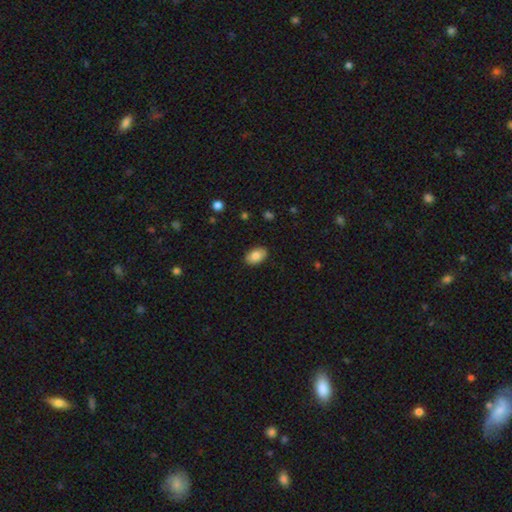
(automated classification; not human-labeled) A smooth galaxy with no disk features (84%) that is in between round and cigar-shaped (90%). Merging: none (87%).